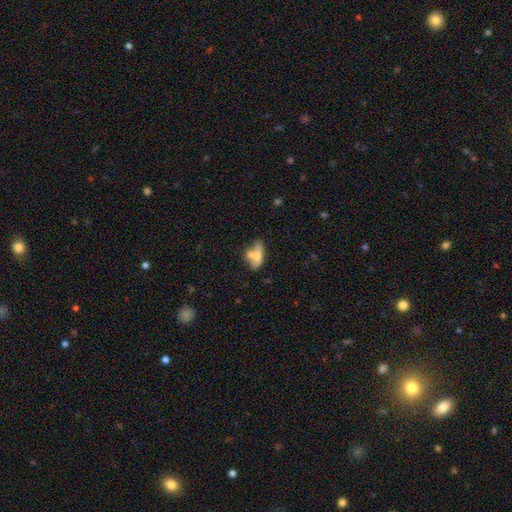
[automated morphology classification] type=smooth (65%); roundness=in between (73%); merging=none (39%).